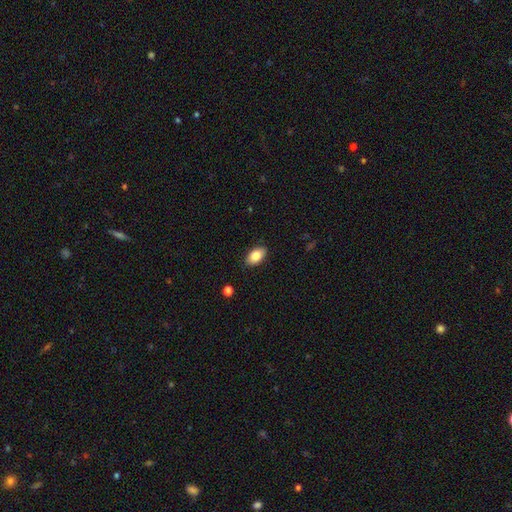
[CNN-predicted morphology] The model was most divided on "merging": none: 86%, minor disturbance: 11%, major disturbance: 2%, merger: 1%. More confident: how rounded — in between (92%); smooth or featured — smooth (85%).